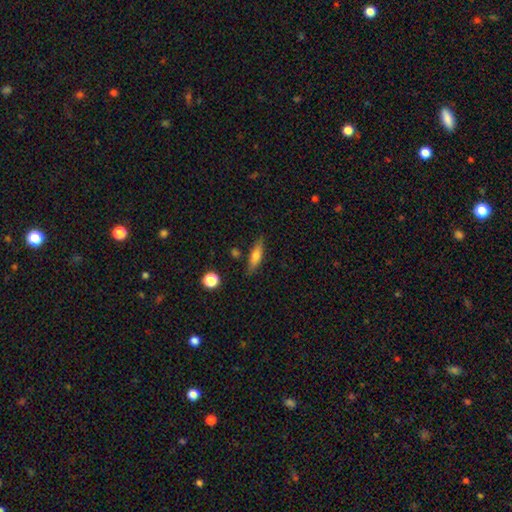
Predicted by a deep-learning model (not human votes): Smooth or featured?
  - smooth: 63% *
  - featured or disk: 29%
  - star or artifact: 8%
How rounded?
  - cigar-shaped: 61% *
  - in between: 35%
  - round: 3%
Merging?
  - none: 81% *
  - minor disturbance: 12%
  - merger: 4%
  - major disturbance: 3%